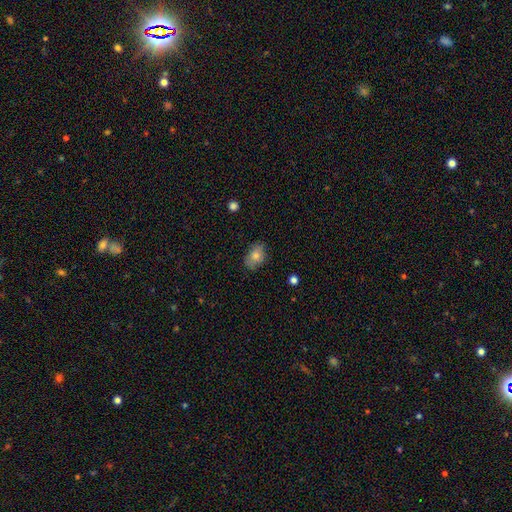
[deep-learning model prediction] A smooth galaxy with no disk features (75%) that is in between round and cigar-shaped (79%). Merging: none (77%).